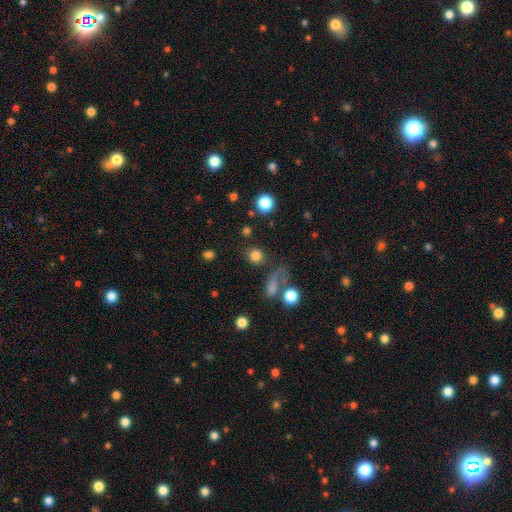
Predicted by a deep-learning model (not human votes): Smooth or featured? Predicted: smooth (p=0.81). How rounded? Predicted: round (p=0.90). Merging? Predicted: none (p=0.77).